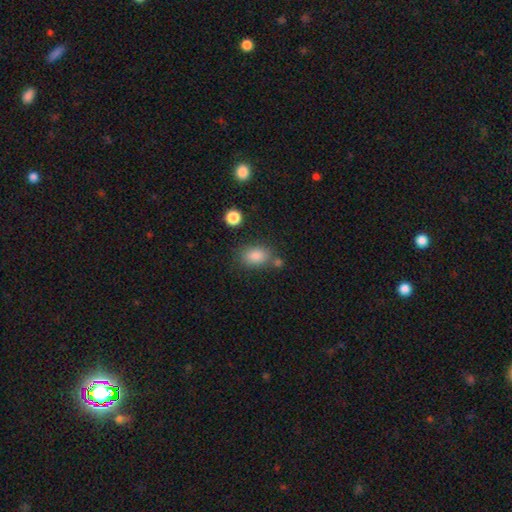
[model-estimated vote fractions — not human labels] smooth-or-featured: smooth: 84% | star or artifact: 10% | featured or disk: 6%
  how-rounded: in between: 78% | round: 20% | cigar-shaped: 2%
  merging: none: 68% | minor disturbance: 15% | merger: 13% | major disturbance: 5%